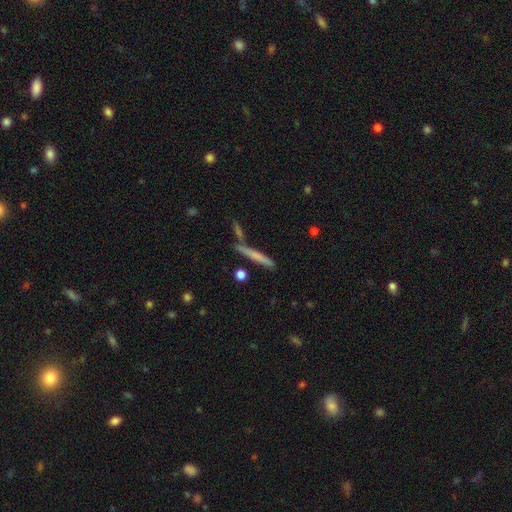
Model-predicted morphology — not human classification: smooth 59%, featured or disk 34%, star or artifact 7%. Down the decision tree: how rounded — cigar-shaped (95%); merging — none (75%).